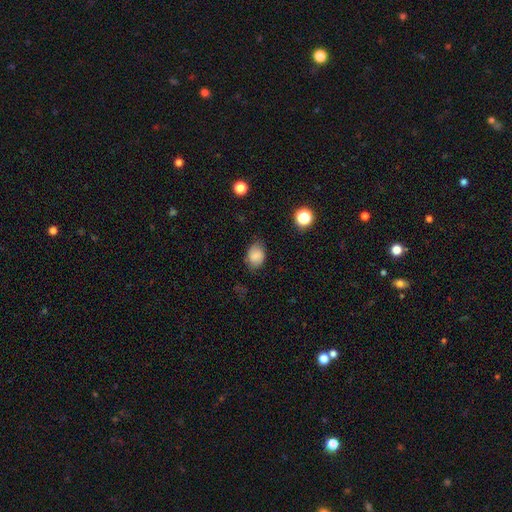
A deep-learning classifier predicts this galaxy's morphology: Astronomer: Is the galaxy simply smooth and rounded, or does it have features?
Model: smooth — 81%.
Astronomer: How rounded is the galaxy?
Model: in between — 67%.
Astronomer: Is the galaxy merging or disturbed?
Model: none — 73%.